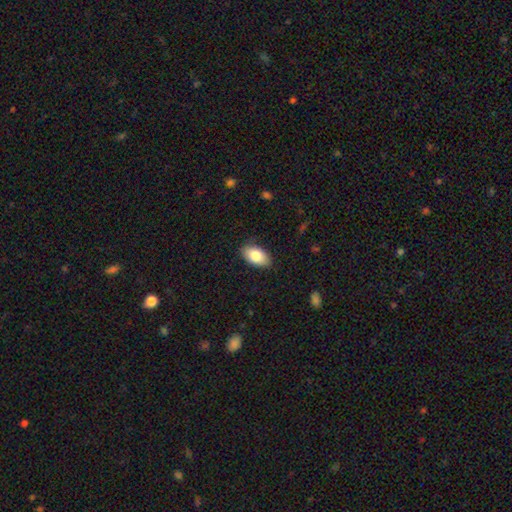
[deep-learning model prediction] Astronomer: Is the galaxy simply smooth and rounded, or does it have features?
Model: smooth — 83%.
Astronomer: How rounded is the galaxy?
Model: in between — 94%.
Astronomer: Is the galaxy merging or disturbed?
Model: none — 86%.